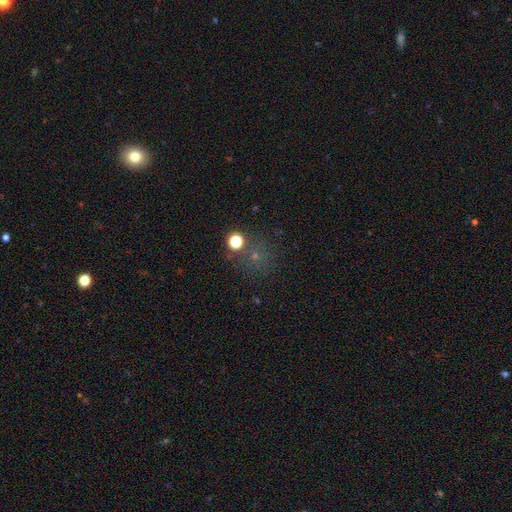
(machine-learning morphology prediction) smooth_or_featured: smooth (p=0.50) [alt: star or artifact p=0.40]
how_rounded: round (p=0.88) [alt: in between p=0.11]
merging: none (p=0.73) [alt: merger p=0.11]